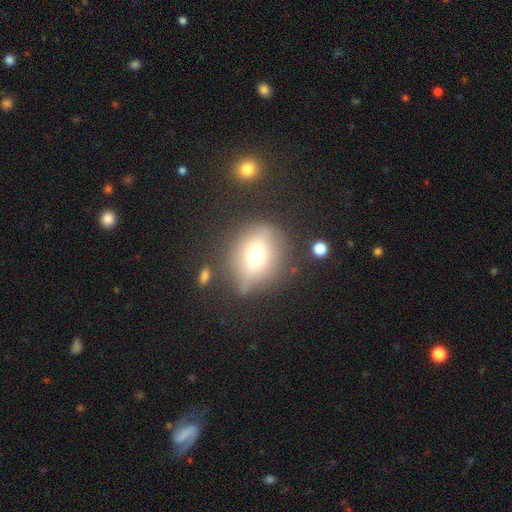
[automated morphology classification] Smooth or featured?
  - smooth: 59% *
  - featured or disk: 28%
  - star or artifact: 13%
How rounded?
  - round: 76% *
  - in between: 22%
  - cigar-shaped: 2%
Merging?
  - none: 74% *
  - minor disturbance: 15%
  - major disturbance: 7%
  - merger: 4%